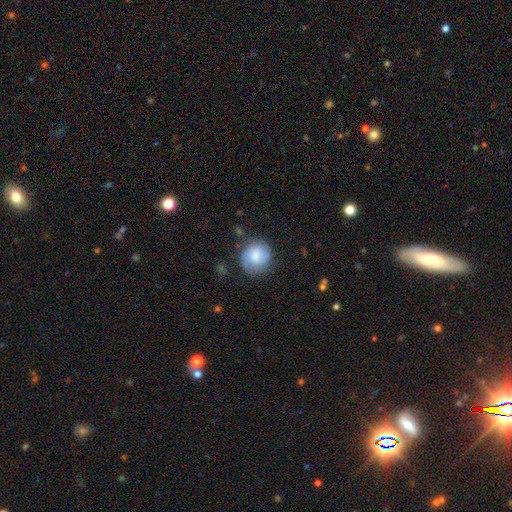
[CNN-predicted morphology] smooth 54%, featured or disk 38%, star or artifact 7%. Down the decision tree: how rounded — round (87%); merging — none (72%).